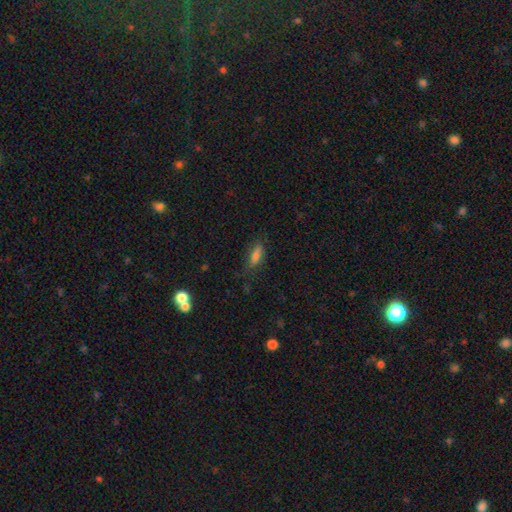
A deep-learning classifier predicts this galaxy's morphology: Smooth or featured?
  - smooth: 73% *
  - featured or disk: 16%
  - star or artifact: 11%
How rounded?
  - in between: 61% *
  - cigar-shaped: 36%
  - round: 3%
Merging?
  - none: 71% *
  - minor disturbance: 21%
  - major disturbance: 6%
  - merger: 2%